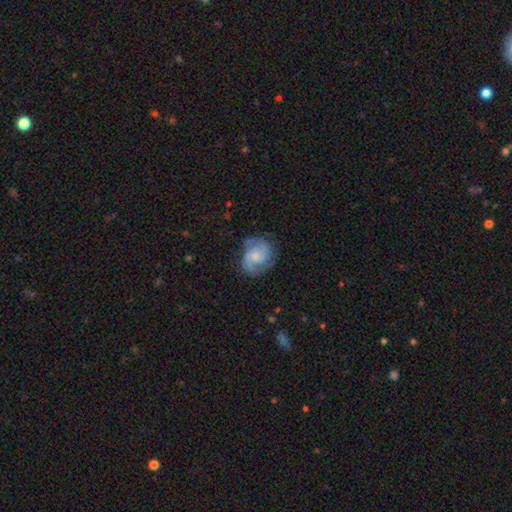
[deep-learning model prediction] This is likely a featured or disk galaxy (79%). It is clearly not viewed edge-on (98%). Bar: likely no (63%). Spiral arm pattern: clearly yes (96%). Spiral arm count: likely 2 (69%). Spiral winding: possibly medium (50%). Central bulge: possibly small (55%). Merging: likely none (73%).